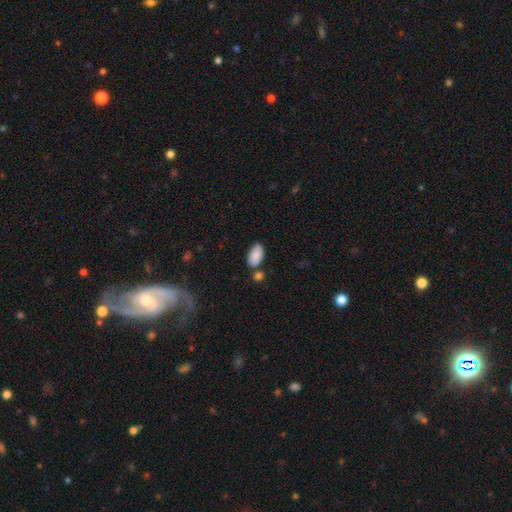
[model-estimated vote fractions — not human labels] A smooth galaxy with no disk features (89%) that is in between round and cigar-shaped (95%). Merging: none (72%).